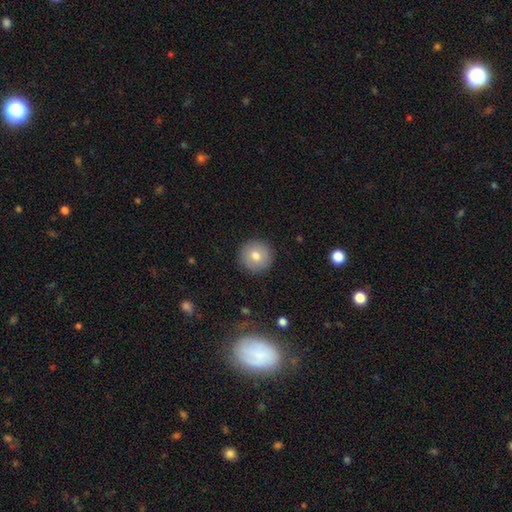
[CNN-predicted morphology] Smooth or featured?
  - smooth: 76% *
  - featured or disk: 15%
  - star or artifact: 9%
How rounded?
  - round: 95% *
  - in between: 4%
  - cigar-shaped: 1%
Merging?
  - none: 90% *
  - minor disturbance: 7%
  - major disturbance: 2%
  - merger: 1%